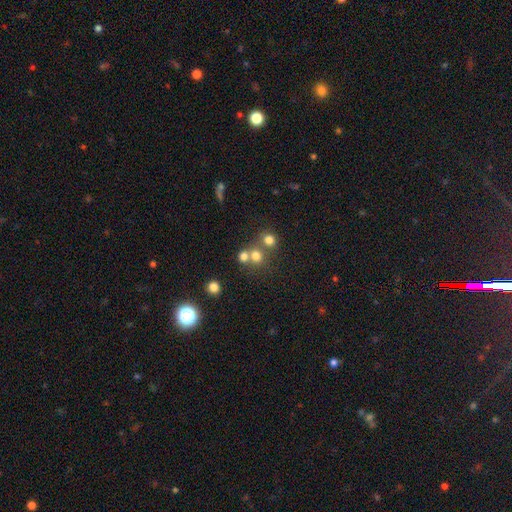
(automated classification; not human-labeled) Smooth or featured? smooth (71%)
How rounded? round (84%)
Merging? none (50%)